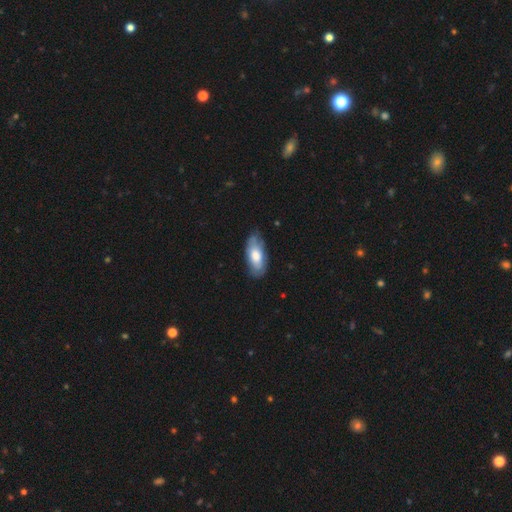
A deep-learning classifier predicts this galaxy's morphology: Smooth or featured: smooth — 66% (featured or disk — 29%)
How rounded: in between — 86% (cigar-shaped — 12%)
Merging: none — 71% (minor disturbance — 23%)